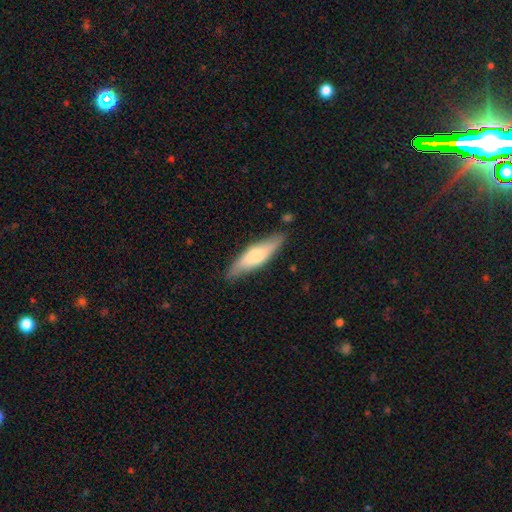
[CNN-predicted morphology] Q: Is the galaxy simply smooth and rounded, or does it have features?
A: smooth — 61%.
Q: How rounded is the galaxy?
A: cigar-shaped — 64%.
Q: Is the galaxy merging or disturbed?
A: none — 81%.